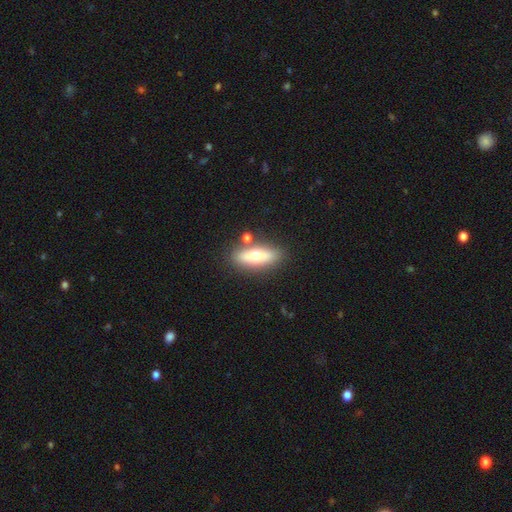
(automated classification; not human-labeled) smooth-or-featured: smooth: 56% | featured or disk: 37% | star or artifact: 7%
  how-rounded: in between: 55% | cigar-shaped: 41% | round: 4%
  merging: none: 78% | minor disturbance: 10% | merger: 8% | major disturbance: 3%